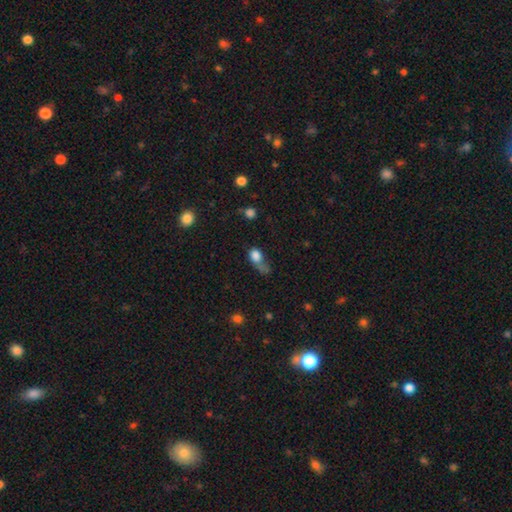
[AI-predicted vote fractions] This is likely a smooth galaxy (78%). How rounded: possibly in between (57%). Merging: marginally major disturbance (31%).